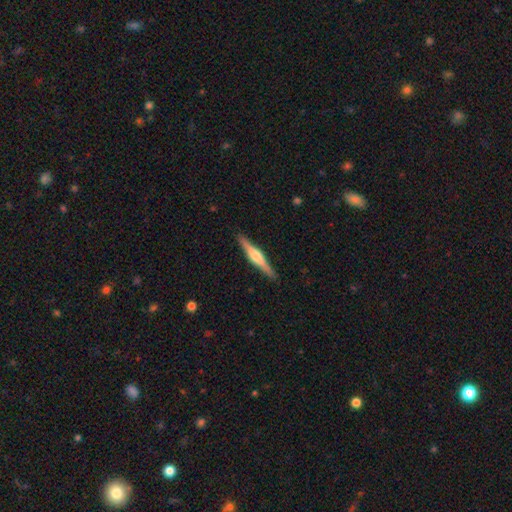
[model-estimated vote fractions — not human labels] smooth_or_featured: featured or disk (p=0.69) [alt: smooth p=0.26]
disk_edge_on: yes (p=0.98) [alt: no p=0.02]
edge_on_bulge: rounded (p=0.79) [alt: boxy p=0.16]
merging: none (p=0.91) [alt: minor disturbance p=0.07]